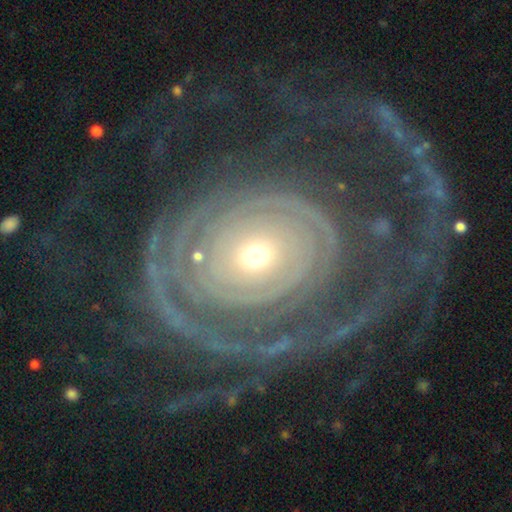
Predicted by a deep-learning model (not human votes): Q: Smooth or featured?
A: featured or disk (85%); runner-up: smooth (8%)
Q: Edge-on disk?
A: no (97%); runner-up: yes (3%)
Q: Bar?
A: no (82%); runner-up: weak (12%)
Q: Spiral arms?
A: yes (91%); runner-up: no (9%)
Q: Spiral winding?
A: tight (73%); runner-up: medium (17%)
Q: Spiral arm count?
A: can't tell (28%); runner-up: 2 (26%)
Q: Bulge size?
A: small (57%); runner-up: moderate (37%)
Q: Merging?
A: none (57%); runner-up: major disturbance (25%)